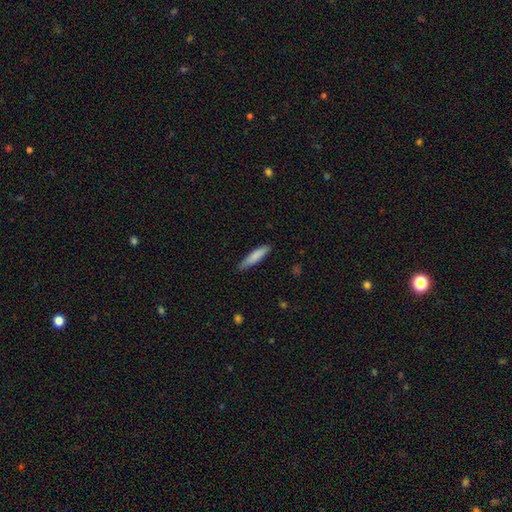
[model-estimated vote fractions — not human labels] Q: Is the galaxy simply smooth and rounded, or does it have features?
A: smooth — 82%.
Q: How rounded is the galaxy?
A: cigar-shaped — 81%.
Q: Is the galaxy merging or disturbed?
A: none — 81%.